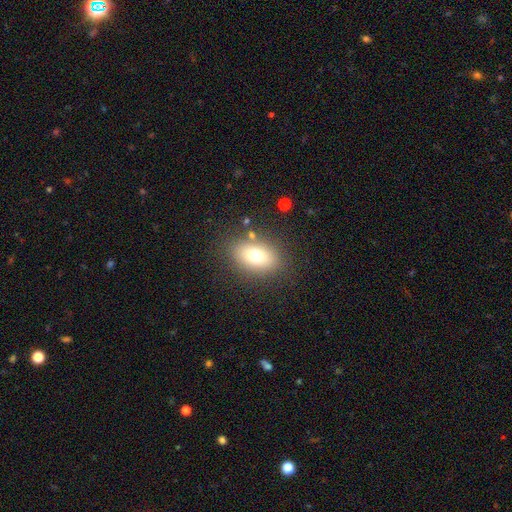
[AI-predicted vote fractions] smooth 72%, featured or disk 16%, star or artifact 12%. Down the decision tree: how rounded — in between (79%); merging — none (81%).